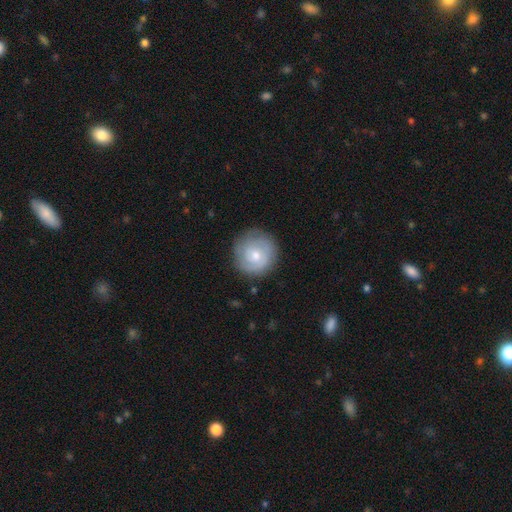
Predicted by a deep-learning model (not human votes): Smooth or featured? smooth (50%)
How rounded? round (93%)
Merging? none (80%)